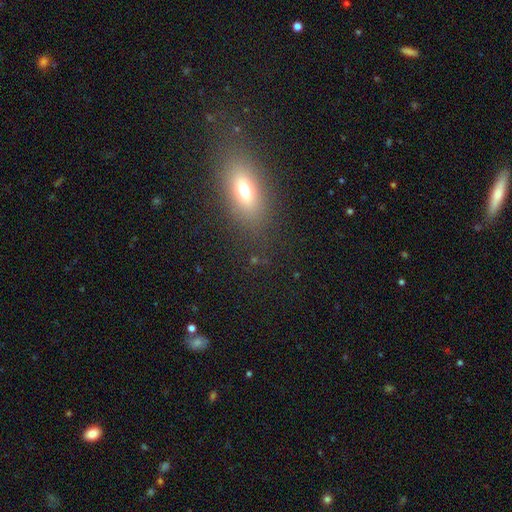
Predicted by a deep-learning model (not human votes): Smooth or featured? Predicted: smooth (p=0.64). How rounded? Predicted: in between (p=0.72). Merging? Predicted: none (p=0.83).